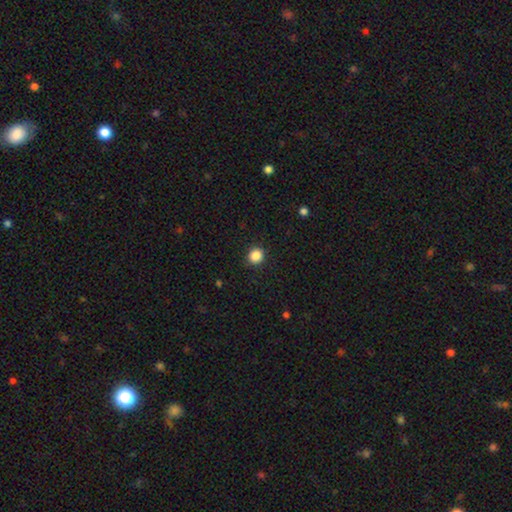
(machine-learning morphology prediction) Q: Smooth or featured?
A: smooth (87%); runner-up: star or artifact (10%)
Q: How rounded?
A: round (84%); runner-up: in between (15%)
Q: Merging?
A: none (91%); runner-up: minor disturbance (6%)